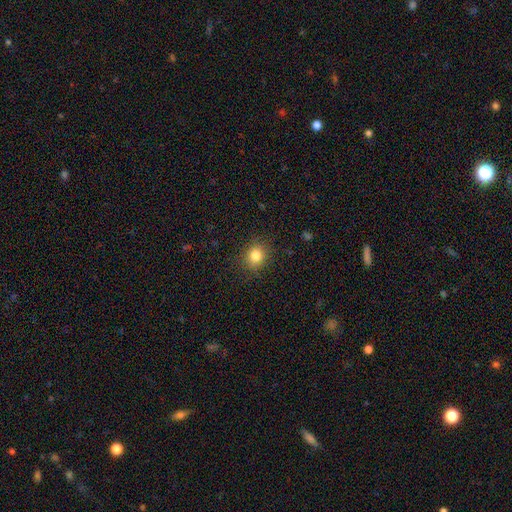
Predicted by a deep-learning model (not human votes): This appears to be a smooth galaxy with no disk features (83%) that is round (75%). Merging: none (88%).